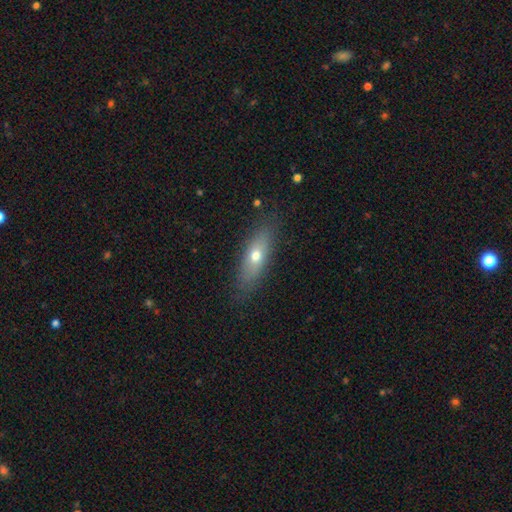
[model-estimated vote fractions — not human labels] This appears to be a smooth galaxy with no disk features (62%) that is in between round and cigar-shaped (52%). Merging: none (83%).